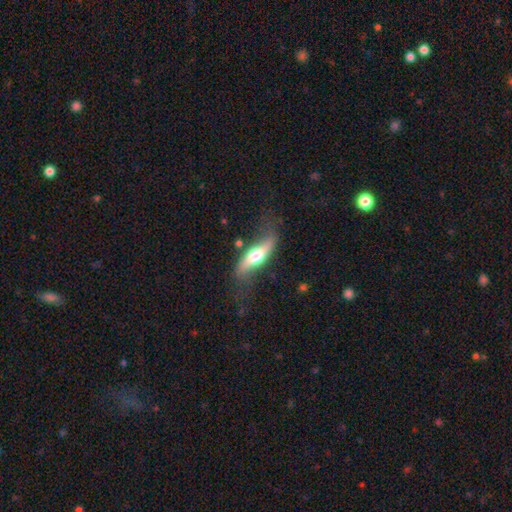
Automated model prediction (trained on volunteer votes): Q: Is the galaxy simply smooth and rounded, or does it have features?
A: featured or disk — 66%.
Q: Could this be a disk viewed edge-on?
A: no — 54%.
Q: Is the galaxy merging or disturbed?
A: none — 59%.